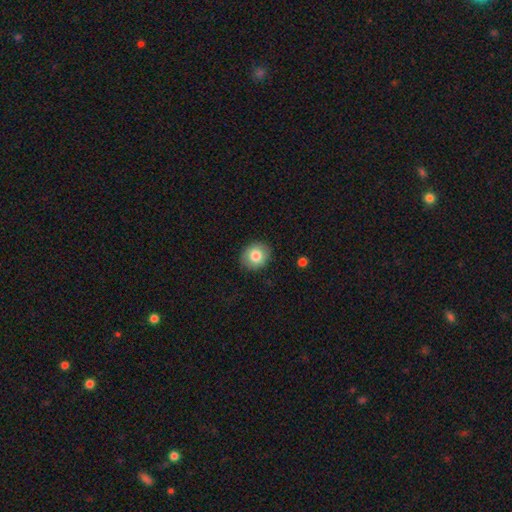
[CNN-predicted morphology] Smooth or featured? smooth (80%)
How rounded? round (75%)
Merging? none (89%)